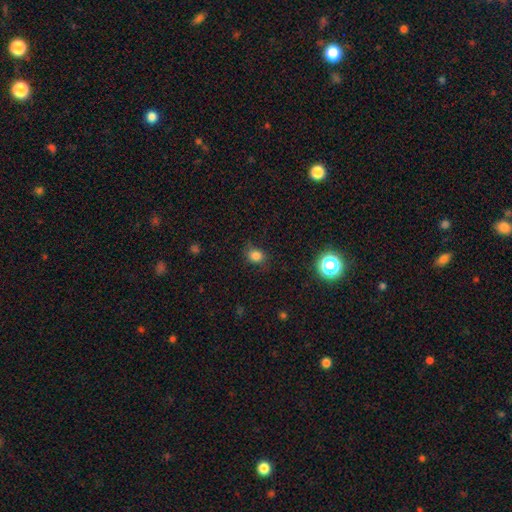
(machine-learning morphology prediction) Smooth or featured: smooth — 81% (star or artifact — 14%)
How rounded: round — 60% (in between — 39%)
Merging: none — 76% (minor disturbance — 17%)